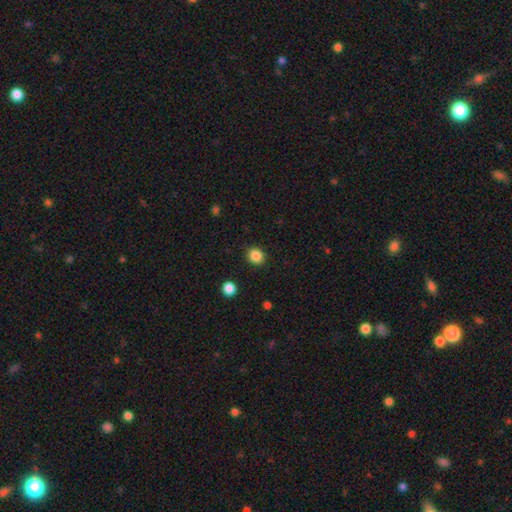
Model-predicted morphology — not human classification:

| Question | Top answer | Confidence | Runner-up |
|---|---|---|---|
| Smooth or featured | smooth | 86% | star or artifact (11%) |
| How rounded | round | 76% | in between (23%) |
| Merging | none | 90% | minor disturbance (7%) |